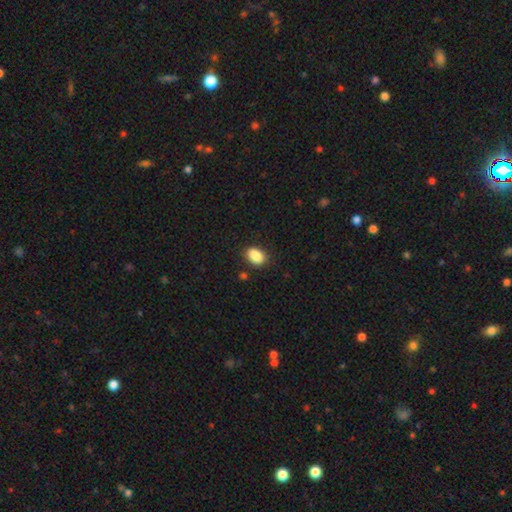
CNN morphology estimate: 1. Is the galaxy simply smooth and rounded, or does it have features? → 88% smooth, 8% star or artifact, 3% featured or disk.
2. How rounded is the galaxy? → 84% in between, 15% round, 2% cigar-shaped.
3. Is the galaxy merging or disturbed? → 83% none, 12% minor disturbance, 3% major disturbance, 2% merger.